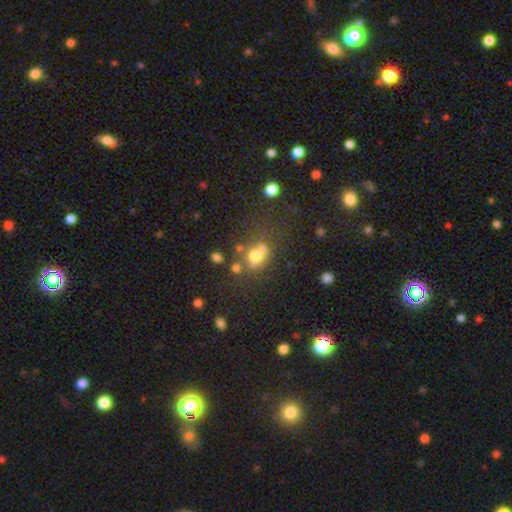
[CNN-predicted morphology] This appears to be a smooth galaxy with no disk features (62%) that is round (64%). Merging: none (46%).